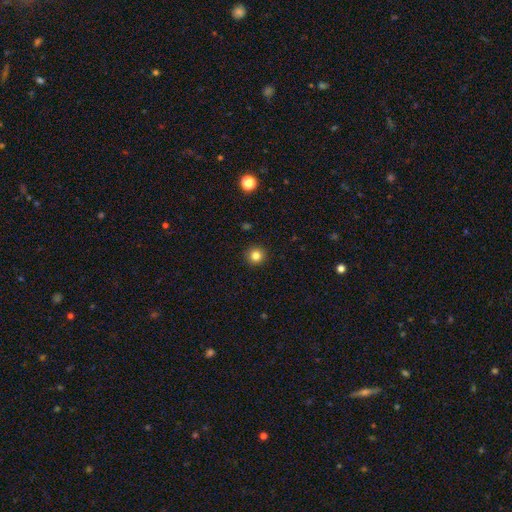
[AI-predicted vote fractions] This appears to be a smooth galaxy with no disk features (83%) that is round (94%). Merging: none (92%).